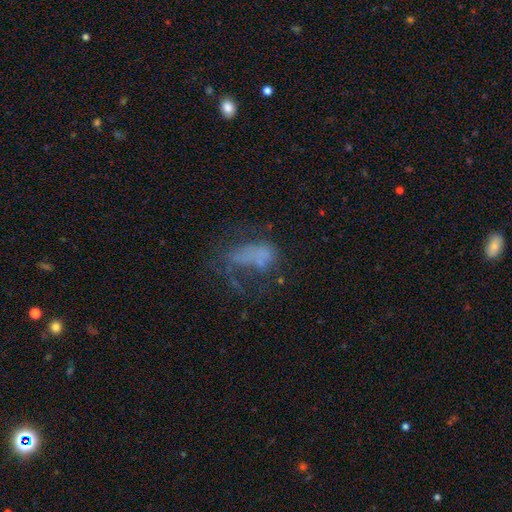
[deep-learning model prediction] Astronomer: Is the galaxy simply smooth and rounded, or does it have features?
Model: featured or disk — 43% (runner-up: smooth, 36%).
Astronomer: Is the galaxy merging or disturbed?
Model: major disturbance — 48% (runner-up: none, 28%).